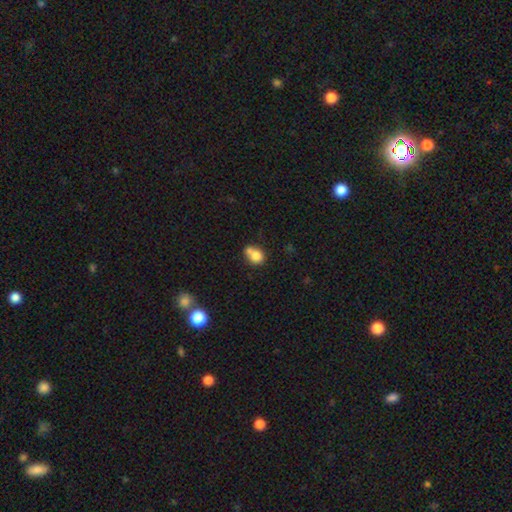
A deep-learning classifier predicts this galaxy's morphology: Overall: smooth (77%). How rounded: round (61%; in between 38%). Merging: merger (47%; none 33%).